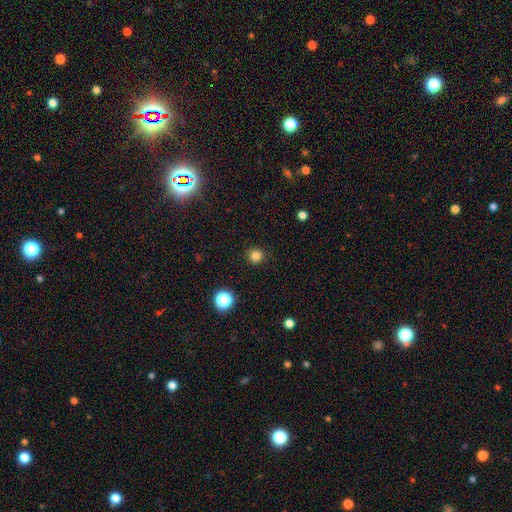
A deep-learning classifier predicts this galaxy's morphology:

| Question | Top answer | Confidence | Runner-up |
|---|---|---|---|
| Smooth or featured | smooth | 81% | star or artifact (15%) |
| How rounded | round | 93% | in between (6%) |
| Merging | none | 90% | minor disturbance (6%) |